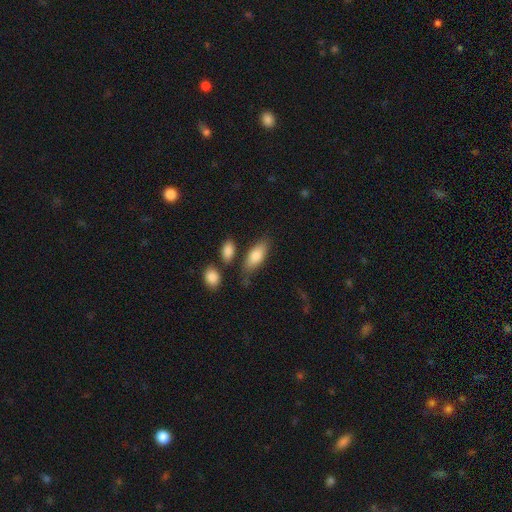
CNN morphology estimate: smooth-or-featured: smooth: 82% | featured or disk: 12% | star or artifact: 6%
  how-rounded: in between: 81% | cigar-shaped: 16% | round: 3%
  merging: none: 69% | minor disturbance: 17% | merger: 9% | major disturbance: 5%